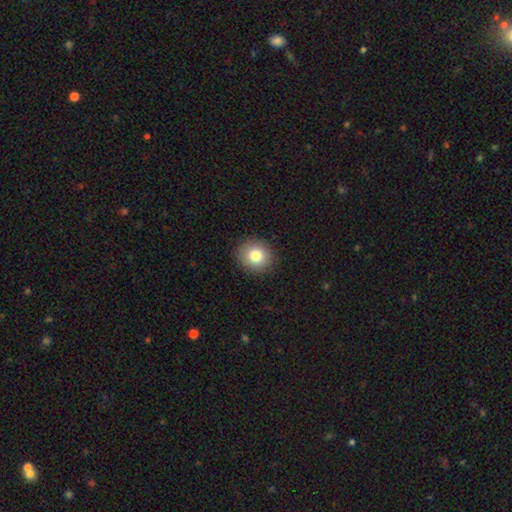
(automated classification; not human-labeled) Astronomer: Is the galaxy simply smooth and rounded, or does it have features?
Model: smooth — 81%.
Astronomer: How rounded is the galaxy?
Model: round — 86%.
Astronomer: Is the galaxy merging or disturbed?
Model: none — 91%.